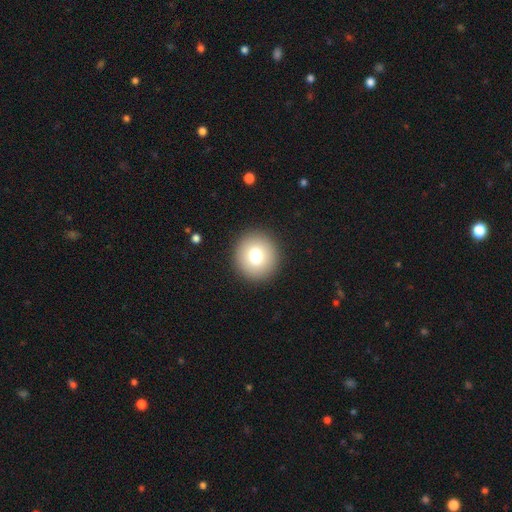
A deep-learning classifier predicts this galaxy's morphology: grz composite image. It shows a smooth galaxy with no disk features (75%) that is round (91%). Merging: none (92%).